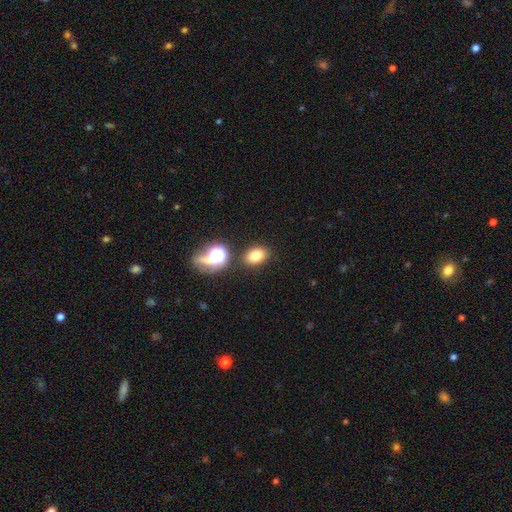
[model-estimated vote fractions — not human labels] A smooth galaxy with no disk features (74%) that is in between round and cigar-shaped (70%). Merging: none (81%).